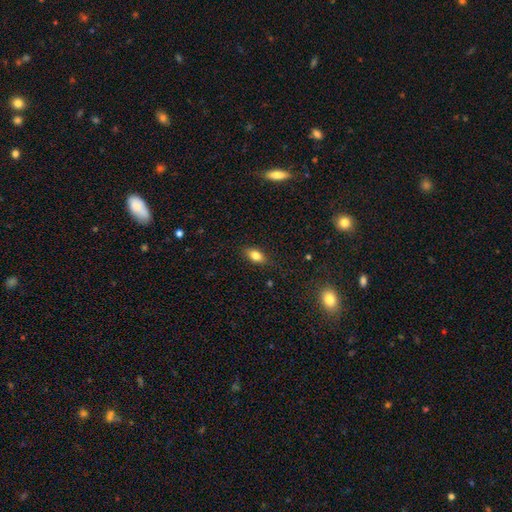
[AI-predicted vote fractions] Smooth or featured? smooth (82%)
How rounded? in between (85%)
Merging? none (83%)